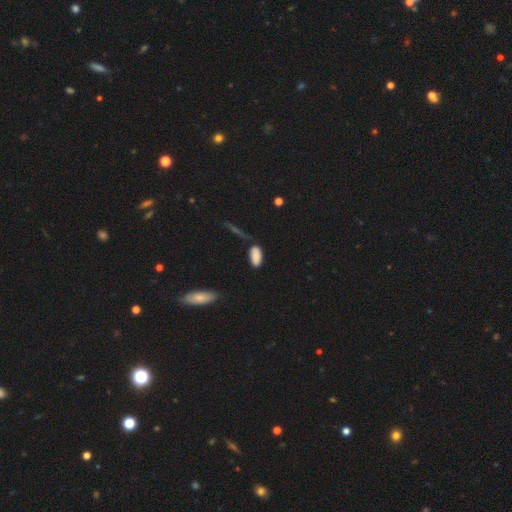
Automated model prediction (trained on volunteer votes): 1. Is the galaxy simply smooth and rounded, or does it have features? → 85% smooth, 8% star or artifact, 7% featured or disk.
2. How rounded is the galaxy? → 90% in between, 7% cigar-shaped, 2% round.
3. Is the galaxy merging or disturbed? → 70% none, 20% minor disturbance, 5% merger, 5% major disturbance.